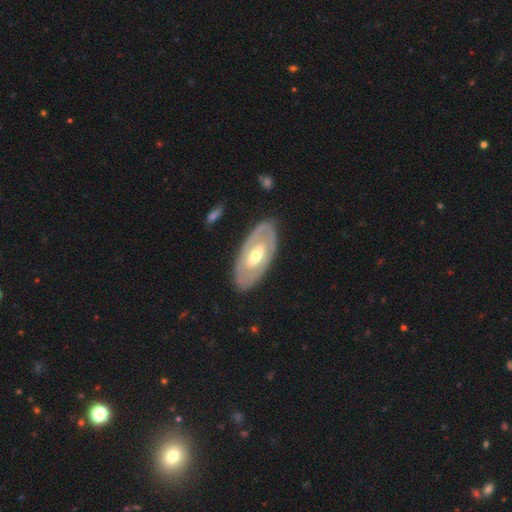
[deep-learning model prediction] Overall: featured or disk (65%; smooth 30%). Edge-on disk: no (88%). Bar: no (54%; weak 29%). Spiral arms: no (73%). Bulge size: moderate (68%). Merging: none (83%).